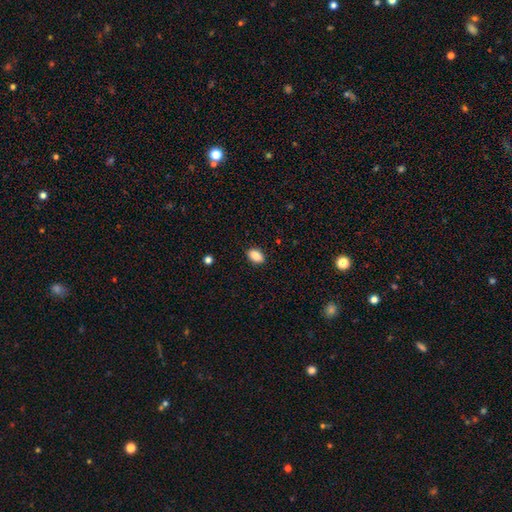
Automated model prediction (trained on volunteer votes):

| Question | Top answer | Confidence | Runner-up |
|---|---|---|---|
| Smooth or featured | smooth | 88% | star or artifact (8%) |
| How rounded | in between | 90% | round (8%) |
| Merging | none | 89% | minor disturbance (8%) |